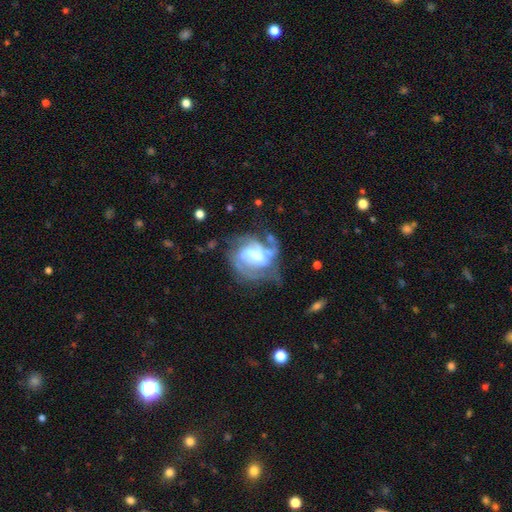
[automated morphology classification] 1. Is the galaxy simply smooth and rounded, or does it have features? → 79% featured or disk, 14% smooth, 7% star or artifact.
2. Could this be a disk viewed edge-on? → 97% no, 3% yes.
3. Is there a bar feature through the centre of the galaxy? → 46% weak, 30% no, 25% strong.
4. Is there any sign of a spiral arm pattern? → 88% yes, 12% no.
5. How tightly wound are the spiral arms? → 46% medium, 35% tight, 19% loose.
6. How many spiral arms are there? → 37% 2, 25% 3, 23% can't tell, 6% 4, 5% 1, 3% more than 4.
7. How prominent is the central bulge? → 54% moderate, 24% small, 16% large, 4% none, 2% dominant.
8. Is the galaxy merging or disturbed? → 44% none, 26% major disturbance, 22% minor disturbance, 8% merger.